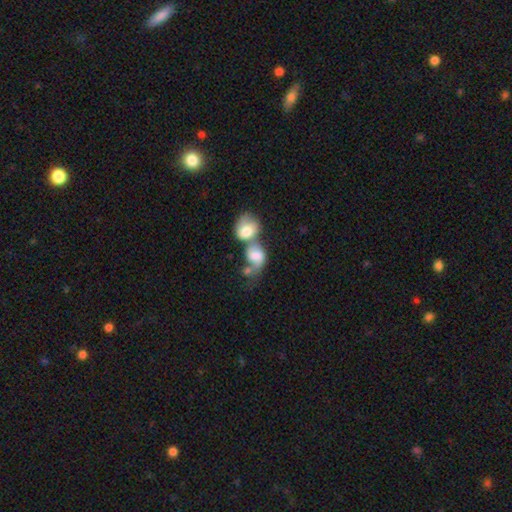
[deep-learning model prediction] Smooth or featured? smooth (58%)
How rounded? in between (63%)
Merging? merger (71%)